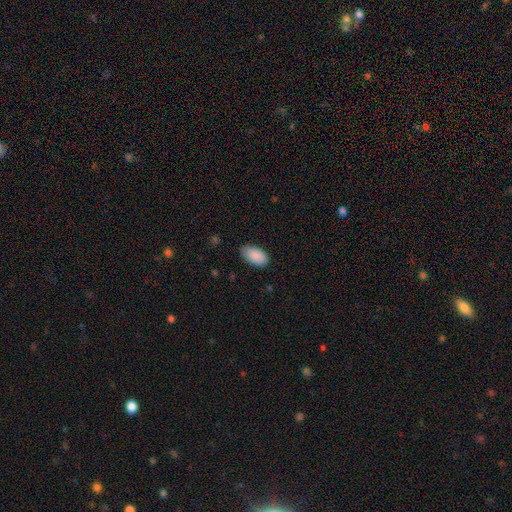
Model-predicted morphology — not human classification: Smooth or featured: smooth — 89% (star or artifact — 6%)
How rounded: in between — 95% (round — 3%)
Merging: none — 79% (minor disturbance — 17%)